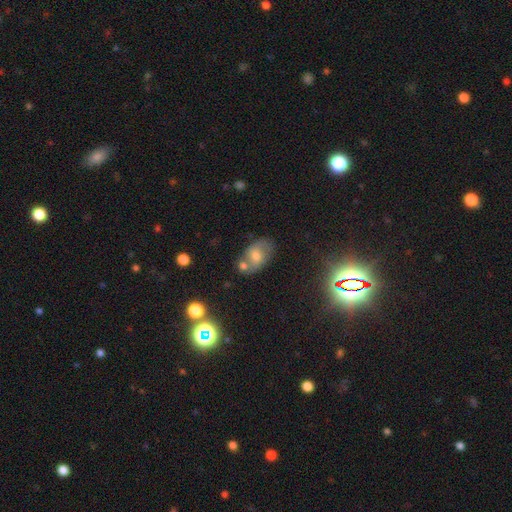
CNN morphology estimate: smooth_or_featured: smooth (p=0.52) [alt: featured or disk p=0.32]
how_rounded: in between (p=0.81) [alt: round p=0.17]
merging: none (p=0.54) [alt: merger p=0.21]